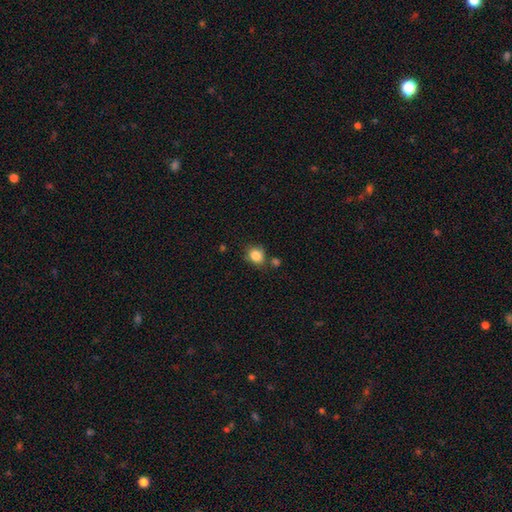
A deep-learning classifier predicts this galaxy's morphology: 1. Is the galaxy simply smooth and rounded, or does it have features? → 84% smooth, 10% star or artifact, 6% featured or disk.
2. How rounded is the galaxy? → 68% round, 31% in between, 1% cigar-shaped.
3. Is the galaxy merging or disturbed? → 69% none, 17% minor disturbance, 10% merger, 4% major disturbance.